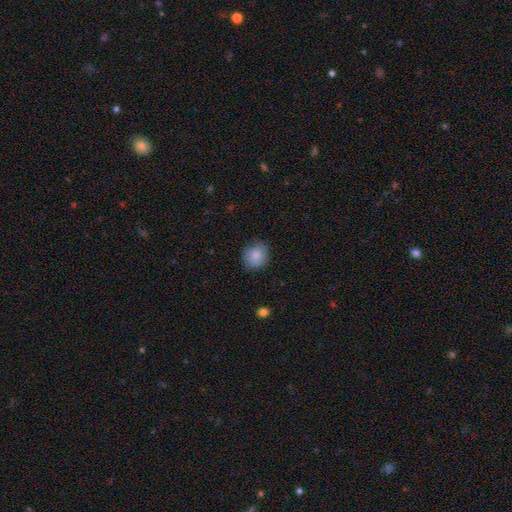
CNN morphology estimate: Q: Smooth or featured?
A: smooth (86%); runner-up: star or artifact (7%)
Q: How rounded?
A: round (74%); runner-up: in between (25%)
Q: Merging?
A: none (83%); runner-up: minor disturbance (13%)